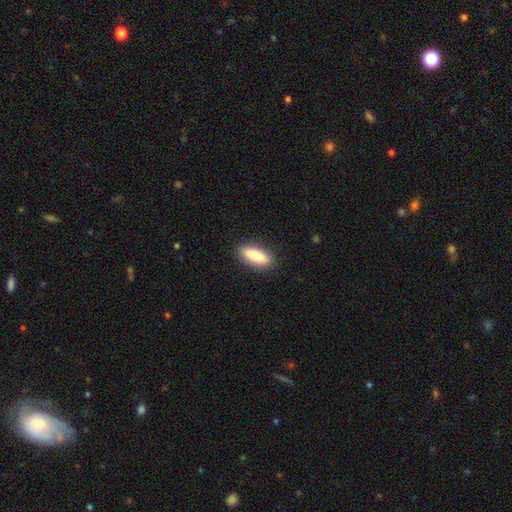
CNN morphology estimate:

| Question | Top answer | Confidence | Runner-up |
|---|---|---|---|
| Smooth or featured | smooth | 85% | featured or disk (9%) |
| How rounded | in between | 51% | cigar-shaped (47%) |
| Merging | none | 89% | minor disturbance (8%) |